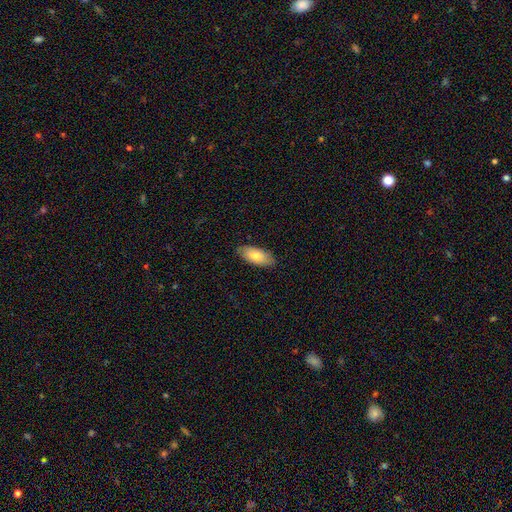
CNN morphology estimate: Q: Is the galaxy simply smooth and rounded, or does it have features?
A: smooth — 76%.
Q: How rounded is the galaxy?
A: in between — 89%.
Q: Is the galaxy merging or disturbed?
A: none — 84%.